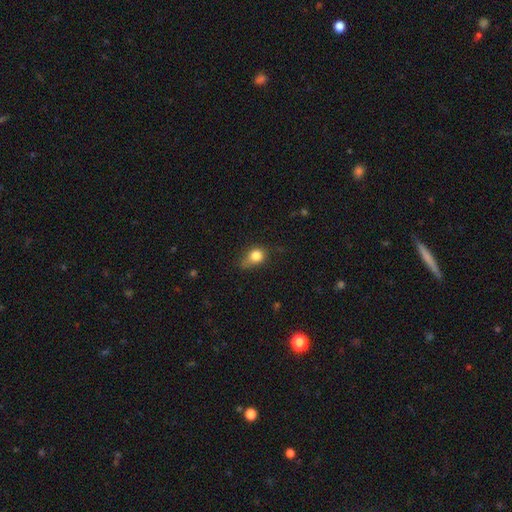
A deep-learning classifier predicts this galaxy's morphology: A smooth galaxy with no disk features (80%) that is round (51%).

Vote fractions:
- Smooth or featured? smooth: 80% / star or artifact: 10% / featured or disk: 9%
- How rounded? round: 51% / in between: 47% / cigar-shaped: 2%
- Merging? none: 44% / minor disturbance: 39% / major disturbance: 14% / merger: 3%